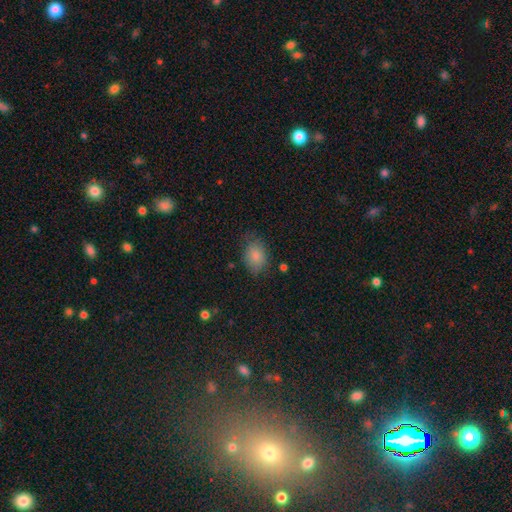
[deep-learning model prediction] Smooth or featured? Predicted: smooth (p=0.84). How rounded? Predicted: in between (p=0.70). Merging? Predicted: none (p=0.70).